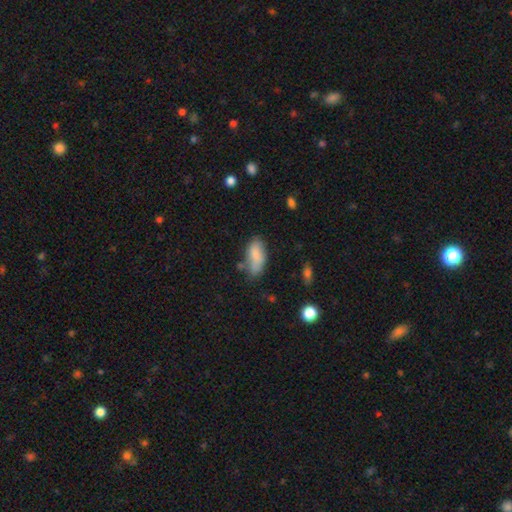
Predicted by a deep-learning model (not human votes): Smooth or featured?
  - smooth: 81% *
  - featured or disk: 12%
  - star or artifact: 7%
How rounded?
  - in between: 87% *
  - cigar-shaped: 10%
  - round: 3%
Merging?
  - none: 53% *
  - minor disturbance: 29%
  - major disturbance: 9%
  - merger: 9%